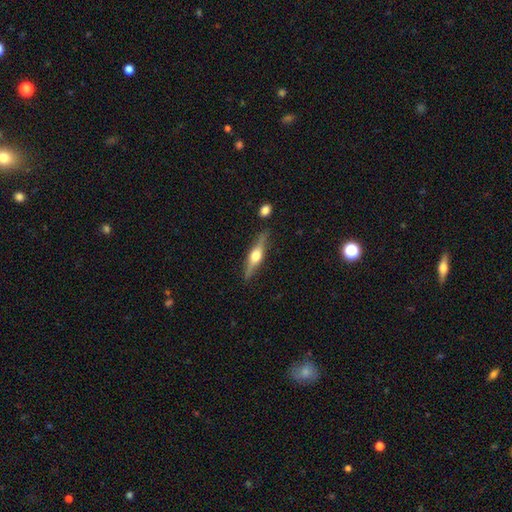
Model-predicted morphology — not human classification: A featured or disk galaxy (70%) viewed edge-on (96%) with a rounded central bulge (94%). Merging: none (84%).